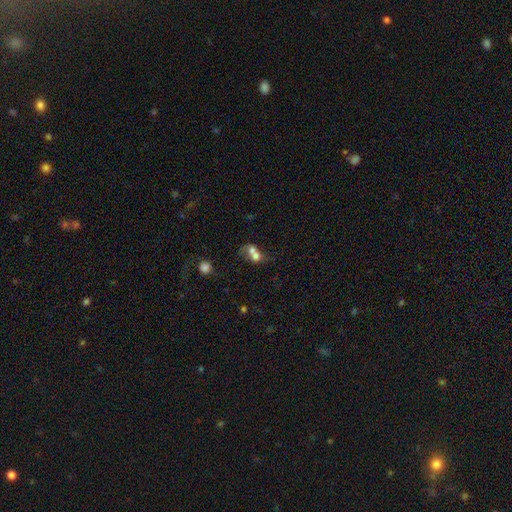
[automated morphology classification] This is likely a smooth galaxy (63%). How rounded: possibly round (57%). Merging: likely merger (75%).